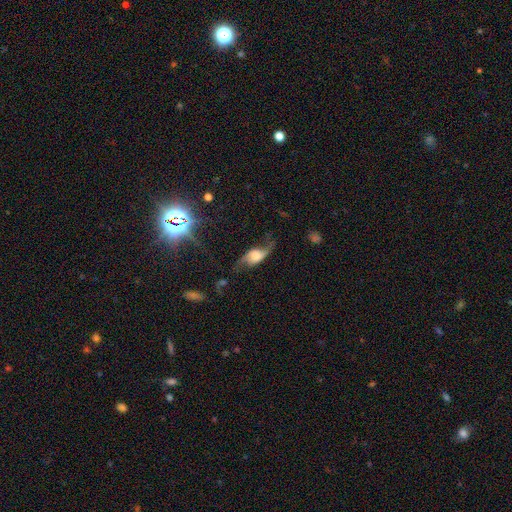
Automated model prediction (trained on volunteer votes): Overall: featured or disk (66%). Edge-on disk: no (82%). Bar: no (59%; weak 30%). Spiral arms: yes (89%). Bulge size: large (38%; moderate 21%). Merging: none (53%; minor disturbance 24%).